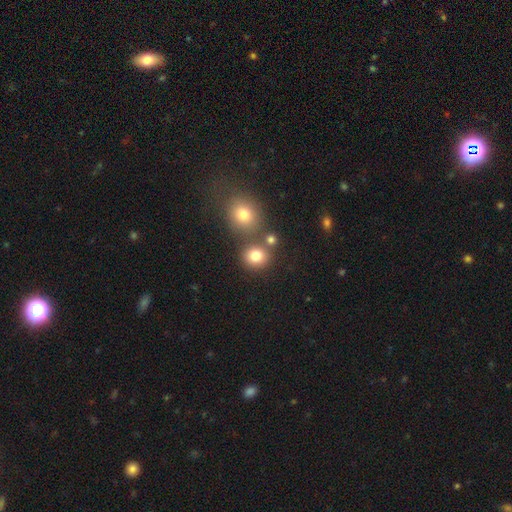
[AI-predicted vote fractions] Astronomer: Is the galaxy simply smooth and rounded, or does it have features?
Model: smooth — 79%.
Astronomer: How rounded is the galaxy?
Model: round — 82%.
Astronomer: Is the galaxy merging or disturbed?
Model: none — 70%.